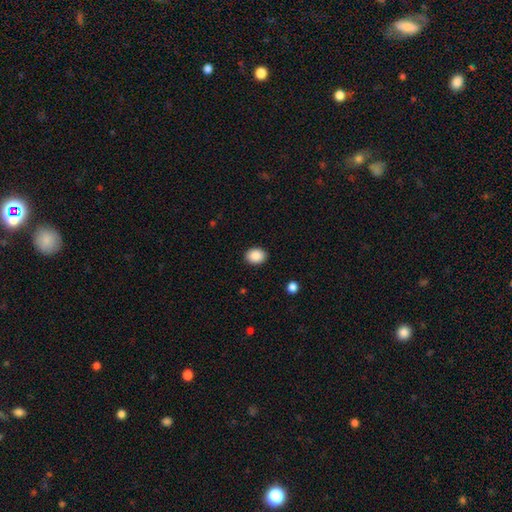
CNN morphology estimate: This is clearly a smooth galaxy (89%). How rounded: possibly in between (57%). Merging: clearly none (89%).